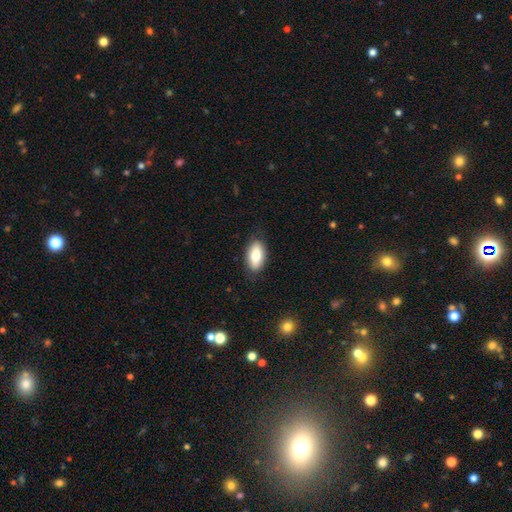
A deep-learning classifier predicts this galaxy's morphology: Smooth or featured? smooth (79%)
How rounded? in between (92%)
Merging? none (84%)